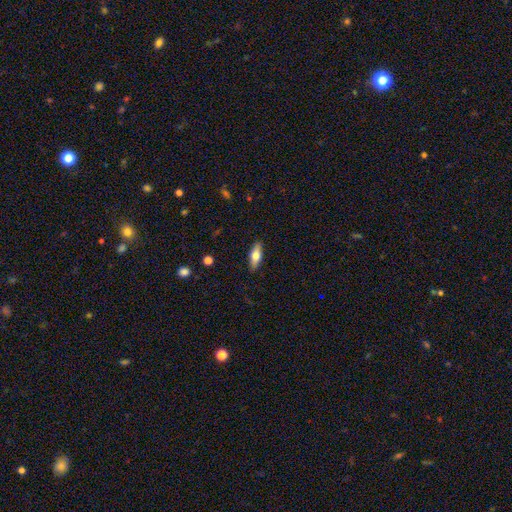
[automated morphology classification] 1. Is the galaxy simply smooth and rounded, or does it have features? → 63% smooth, 31% featured or disk, 6% star or artifact.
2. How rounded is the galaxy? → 62% in between, 35% cigar-shaped, 3% round.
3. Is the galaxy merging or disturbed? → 89% none, 8% minor disturbance, 2% major disturbance, 1% merger.